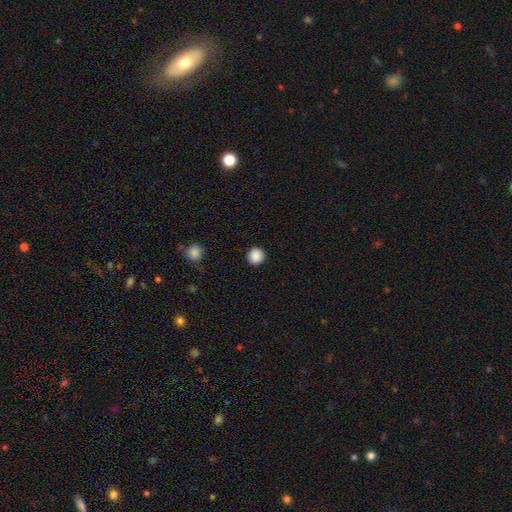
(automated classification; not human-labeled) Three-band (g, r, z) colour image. It shows a smooth galaxy with no disk features (89%) that is round (94%). Merging: none (92%).